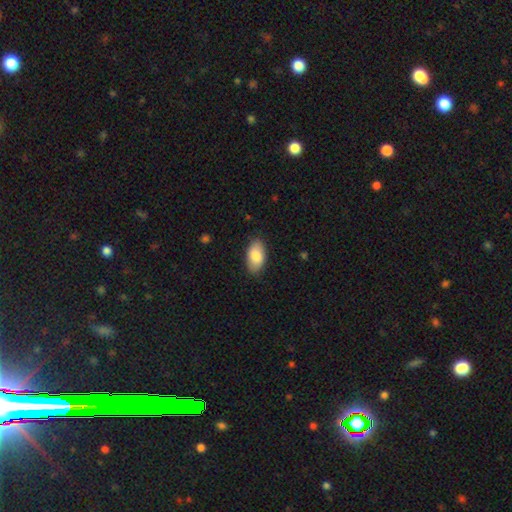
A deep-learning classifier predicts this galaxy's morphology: Smooth or featured?
  - smooth: 85% *
  - featured or disk: 9%
  - star or artifact: 6%
How rounded?
  - in between: 94% *
  - round: 3%
  - cigar-shaped: 2%
Merging?
  - none: 85% *
  - minor disturbance: 12%
  - major disturbance: 2%
  - merger: 1%